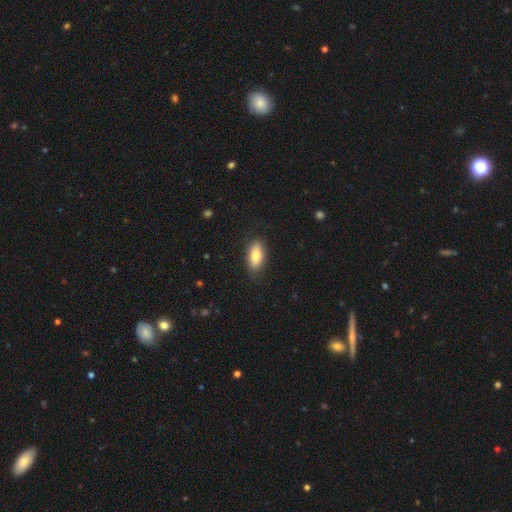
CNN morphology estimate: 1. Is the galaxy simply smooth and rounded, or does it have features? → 81% smooth, 12% featured or disk, 7% star or artifact.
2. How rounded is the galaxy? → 89% in between, 7% cigar-shaped, 4% round.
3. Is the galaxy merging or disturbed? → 84% none, 12% minor disturbance, 3% major disturbance, 1% merger.